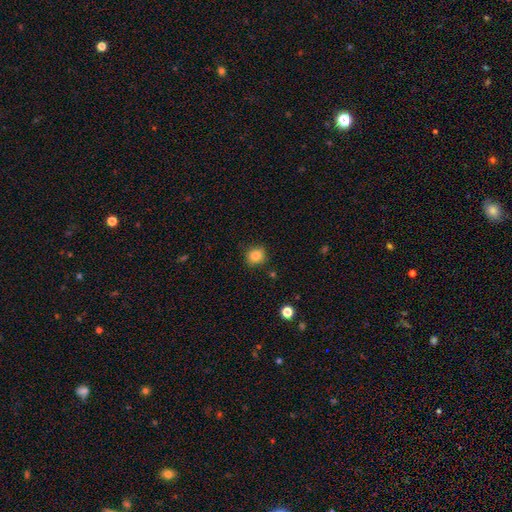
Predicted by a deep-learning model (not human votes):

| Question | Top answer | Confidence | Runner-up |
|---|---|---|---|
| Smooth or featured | smooth | 84% | star or artifact (11%) |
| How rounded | round | 75% | in between (24%) |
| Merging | none | 83% | minor disturbance (12%) |